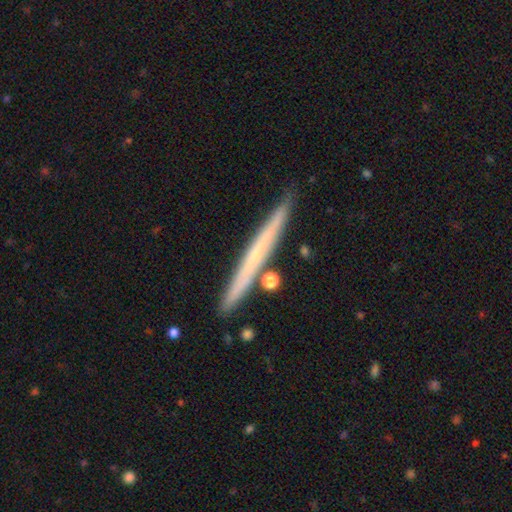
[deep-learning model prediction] smooth-or-featured: featured or disk: 53% | smooth: 41% | star or artifact: 6%
  disk-edge-on: yes: 97% | no: 3%
    edge-on-bulge: none: 76% | rounded: 21% | boxy: 3%
  merging: none: 86% | minor disturbance: 8% | merger: 4% | major disturbance: 1%